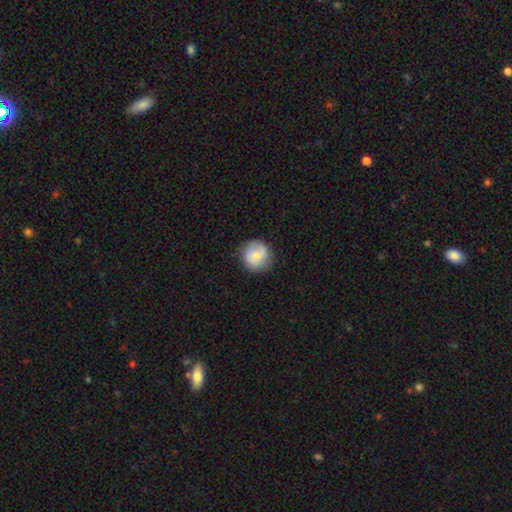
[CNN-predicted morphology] smooth-or-featured: smooth: 69% | featured or disk: 24% | star or artifact: 7%
  how-rounded: round: 92% | in between: 7% | cigar-shaped: 1%
  merging: none: 82% | minor disturbance: 13% | major disturbance: 3% | merger: 1%